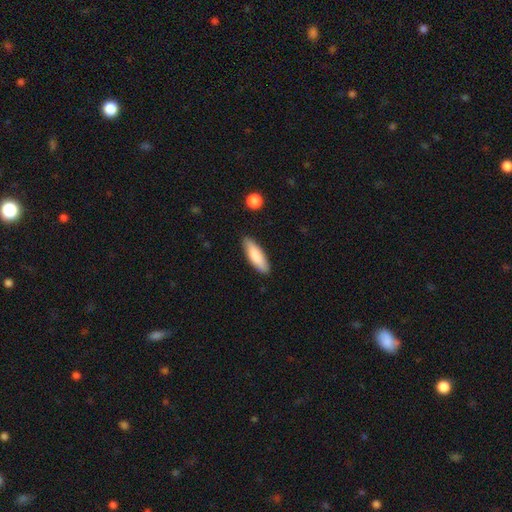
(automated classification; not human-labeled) A smooth galaxy with no disk features (83%) that is cigar-shaped (50%). Merging: none (87%).